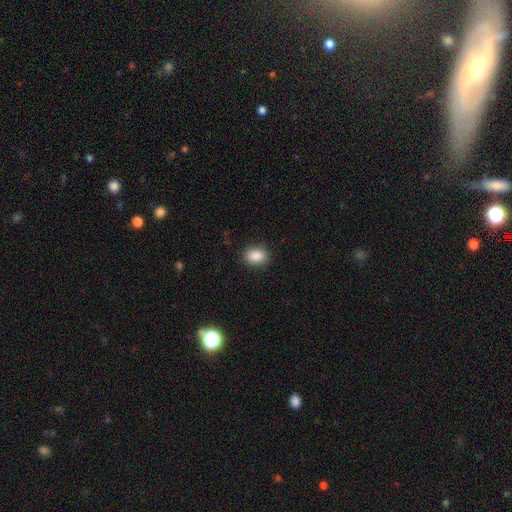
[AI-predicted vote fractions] A smooth galaxy with no disk features (88%) that is in between round and cigar-shaped (69%).

Vote fractions:
- Smooth or featured? smooth: 88% / star or artifact: 8% / featured or disk: 4%
- How rounded? in between: 69% / round: 30% / cigar-shaped: 1%
- Merging? none: 87% / minor disturbance: 9% / major disturbance: 3% / merger: 1%